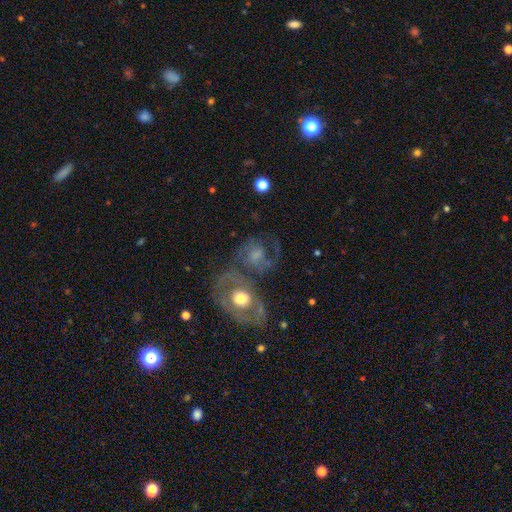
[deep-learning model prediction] Smooth or featured? Predicted: featured or disk (p=0.65). Edge-on disk? Predicted: no (p=0.96). Bar? Predicted: no (p=0.67). Spiral arms? Predicted: yes (p=0.73). Bulge size? Predicted: moderate (p=0.45). Merging? Predicted: none (p=0.44).